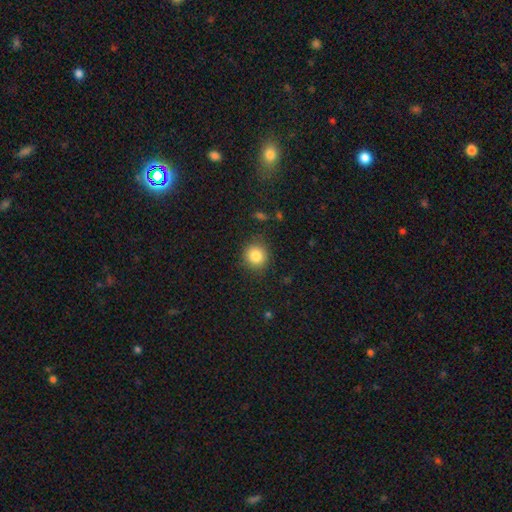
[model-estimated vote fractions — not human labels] This is clearly a smooth galaxy (84%). How rounded: clearly round (90%). Merging: clearly none (87%).